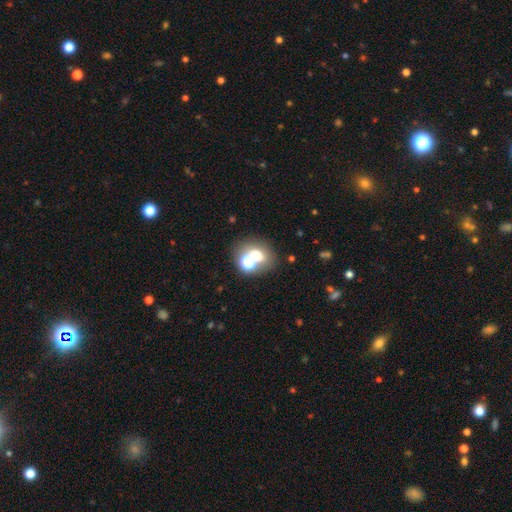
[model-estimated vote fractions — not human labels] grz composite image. It shows a smooth galaxy with no disk features (60%) that is round (63%). Merging: none (49%).